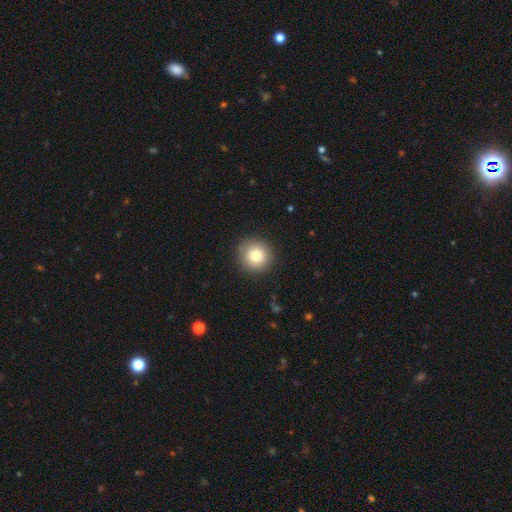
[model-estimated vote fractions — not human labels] Overall: smooth (81%). How rounded: round (95%). Merging: none (91%).